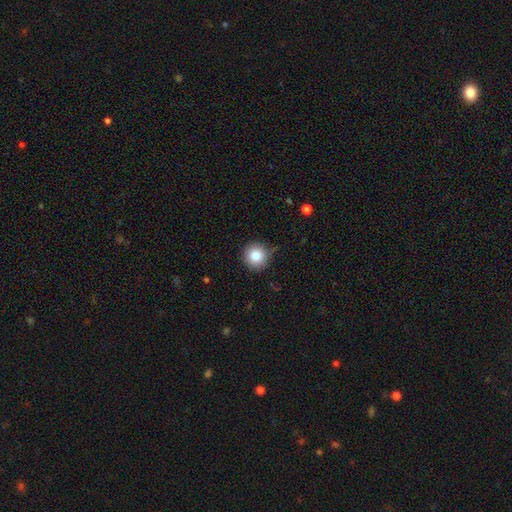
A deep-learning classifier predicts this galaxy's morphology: smooth-or-featured: smooth: 84% | star or artifact: 10% | featured or disk: 6%
  how-rounded: round: 95% | in between: 4% | cigar-shaped: 1%
  merging: none: 84% | minor disturbance: 12% | major disturbance: 3% | merger: 2%